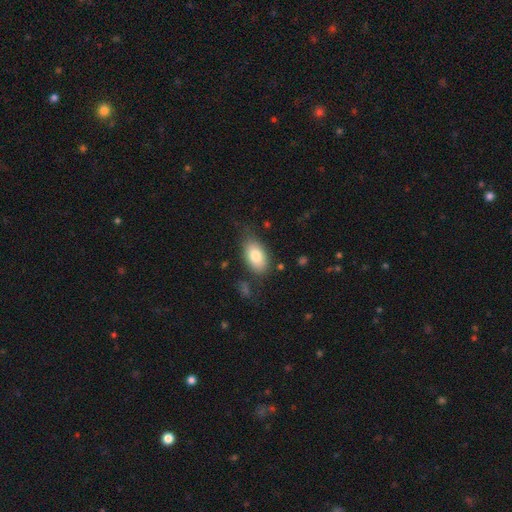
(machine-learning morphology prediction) Smooth or featured? smooth (79%)
How rounded? in between (91%)
Merging? none (72%)